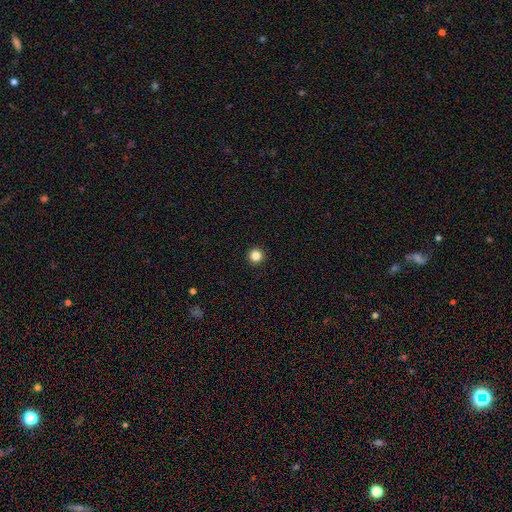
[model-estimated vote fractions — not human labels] This is clearly a smooth galaxy (85%). How rounded: clearly round (96%). Merging: clearly none (94%).